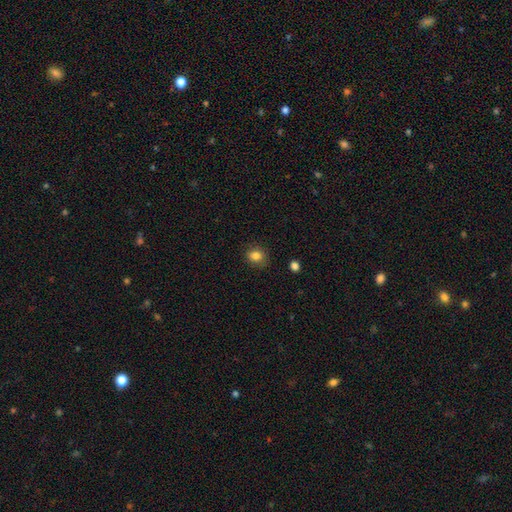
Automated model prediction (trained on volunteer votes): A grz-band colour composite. It shows a smooth galaxy with no disk features (83%) that is round (65%). Merging: none (82%).